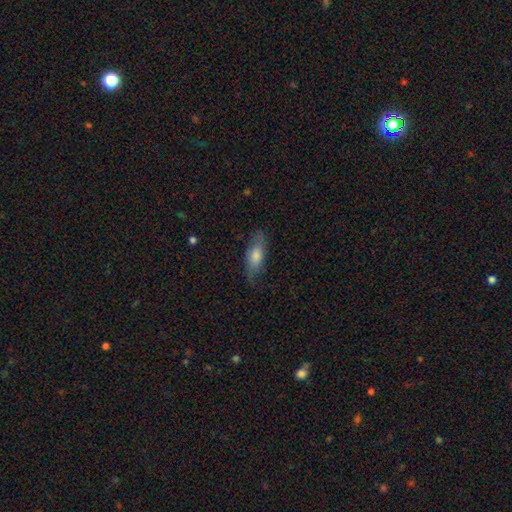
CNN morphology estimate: Overall: smooth (59%; featured or disk 34%). How rounded: in between (61%; cigar-shaped 35%). Merging: none (76%).